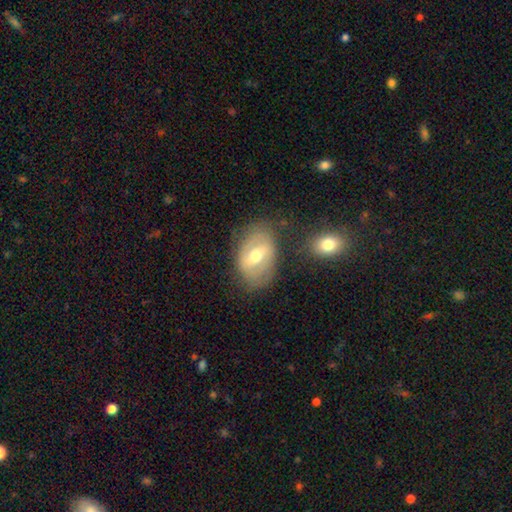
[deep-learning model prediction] This appears to be a featured or disk galaxy (60%) with a weak bar (44%), no spiral arms (53%) and a moderate central bulge (73%). Merging: none (71%).